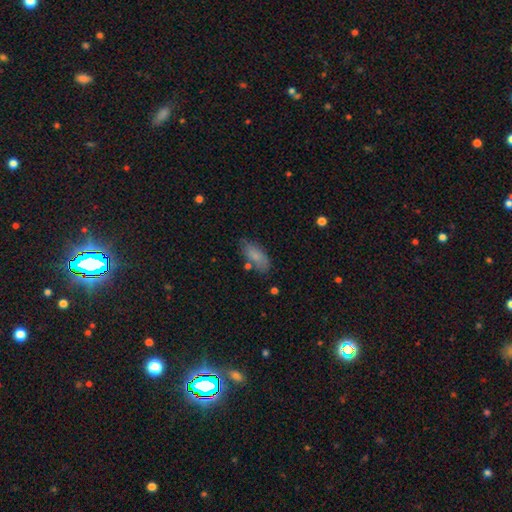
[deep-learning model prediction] Smooth or featured? smooth (81%)
How rounded? in between (83%)
Merging? none (69%)